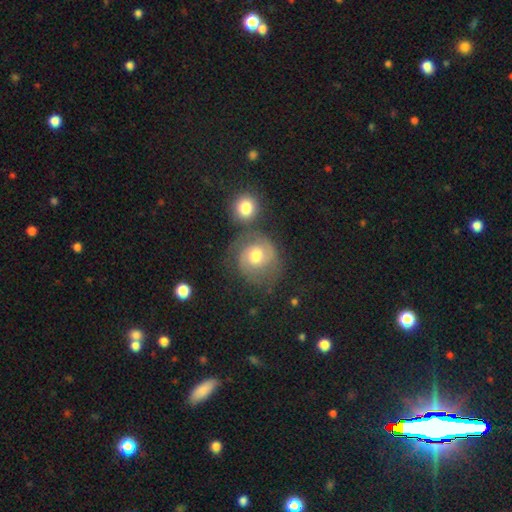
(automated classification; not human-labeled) Smooth or featured: featured or disk — 64% (smooth — 27%)
Edge-on disk: no — 98% (yes — 2%)
Bar: no — 72% (weak — 24%)
Spiral arms: yes — 88% (no — 12%)
Spiral winding: tight — 51% (medium — 38%)
Spiral arm count: 2 — 71% (can't tell — 14%)
Bulge size: moderate — 71% (large — 17%)
Merging: none — 54% (merger — 18%)